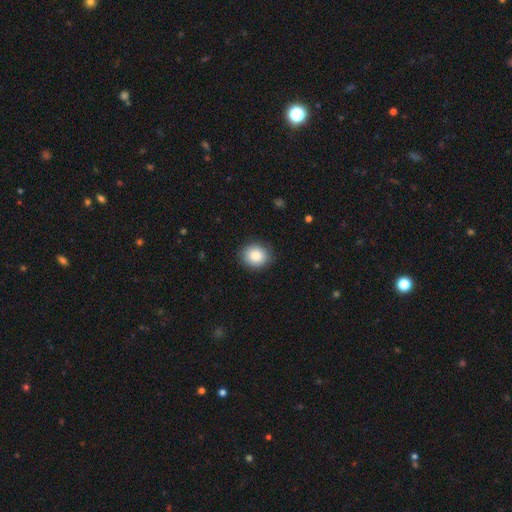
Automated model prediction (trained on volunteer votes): Smooth or featured: smooth — 85% (star or artifact — 8%)
How rounded: round — 71% (in between — 28%)
Merging: none — 88% (minor disturbance — 9%)